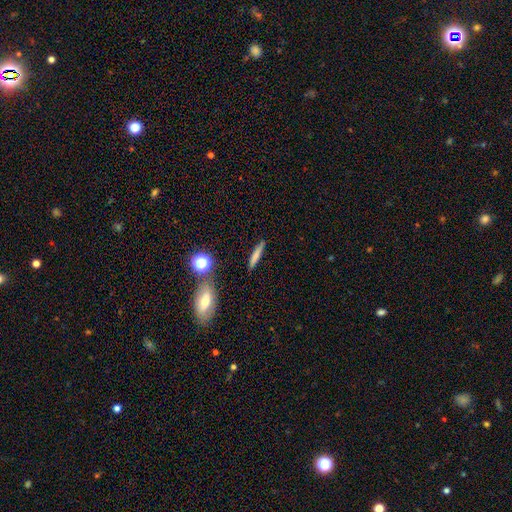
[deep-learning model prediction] smooth_or_featured: smooth (p=0.72) [alt: featured or disk p=0.19]
how_rounded: cigar-shaped (p=0.88) [alt: in between p=0.09]
merging: none (p=0.85) [alt: minor disturbance p=0.09]